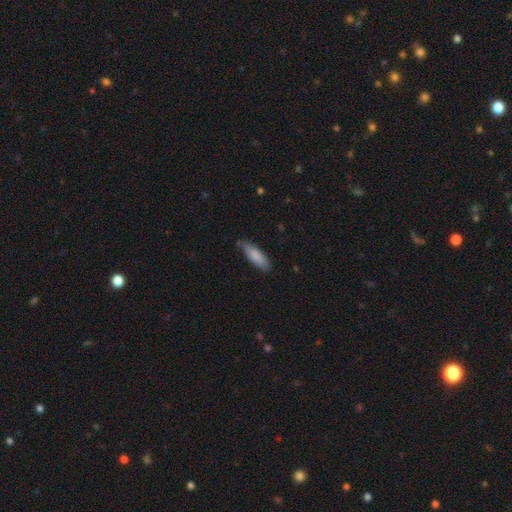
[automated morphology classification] This is clearly a smooth galaxy (84%). How rounded: possibly in between (51%). Merging: likely none (74%).